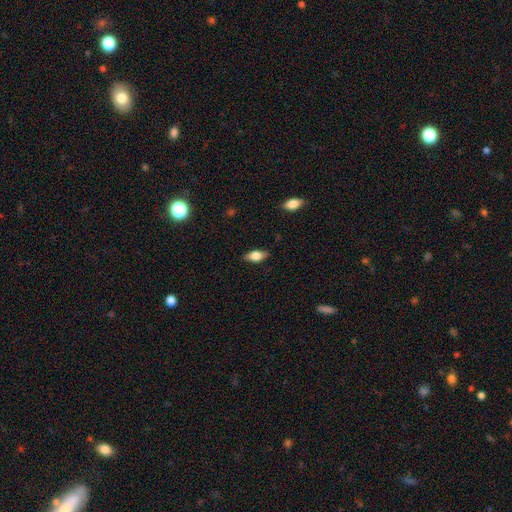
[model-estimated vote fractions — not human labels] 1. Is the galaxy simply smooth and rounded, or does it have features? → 65% smooth, 27% featured or disk, 8% star or artifact.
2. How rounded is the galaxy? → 82% in between, 11% cigar-shaped, 6% round.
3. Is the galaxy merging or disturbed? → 83% none, 13% minor disturbance, 3% major disturbance, 1% merger.